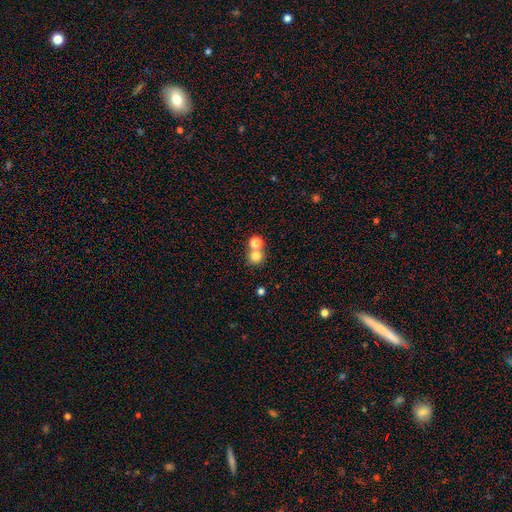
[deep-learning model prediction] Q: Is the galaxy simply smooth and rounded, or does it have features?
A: smooth — 78%.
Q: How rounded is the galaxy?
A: round — 90%.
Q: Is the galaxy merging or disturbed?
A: none — 53%.